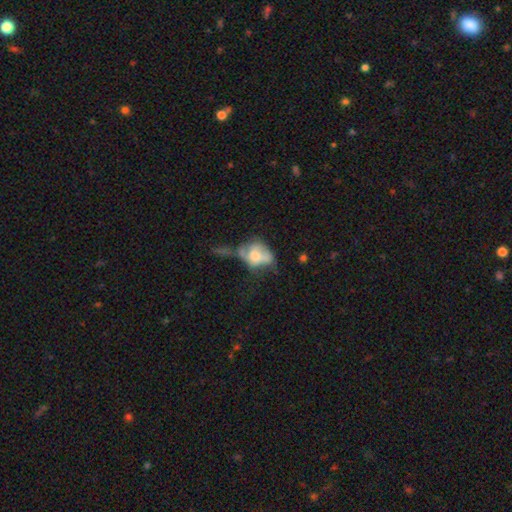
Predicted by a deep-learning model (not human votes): This appears to be a smooth galaxy with no disk features (52%) that is in between round and cigar-shaped (70%). Merging: major disturbance (37%).